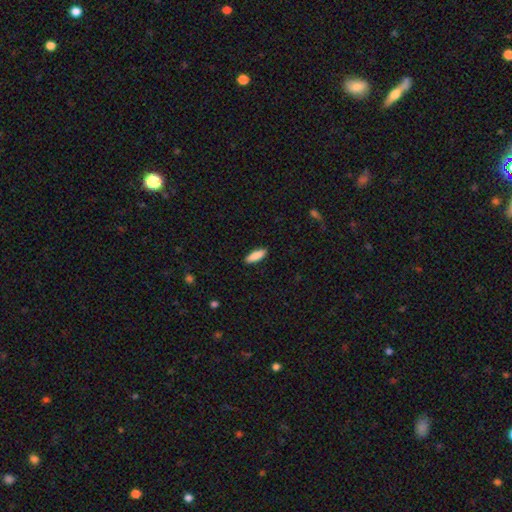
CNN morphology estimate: type=smooth (88%); roundness=in between (54%); merging=none (90%).